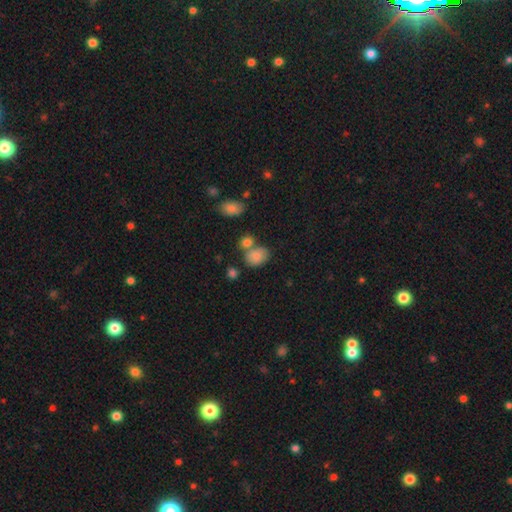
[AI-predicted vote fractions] This is clearly a smooth galaxy (82%). How rounded: likely in between (65%). Merging: possibly none (53%).